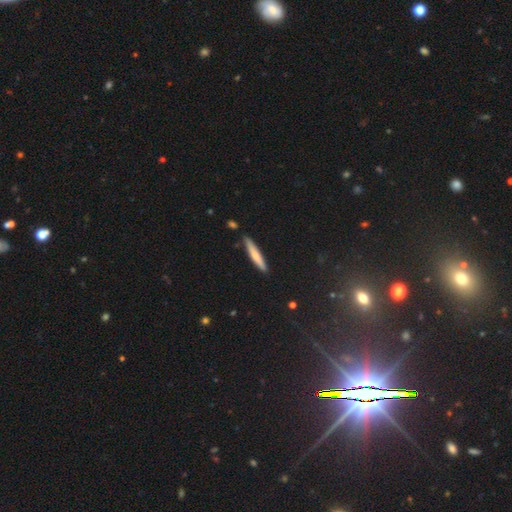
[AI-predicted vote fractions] Morphology: type=smooth (67%); roundness=cigar-shaped (93%); merging=none (86%).